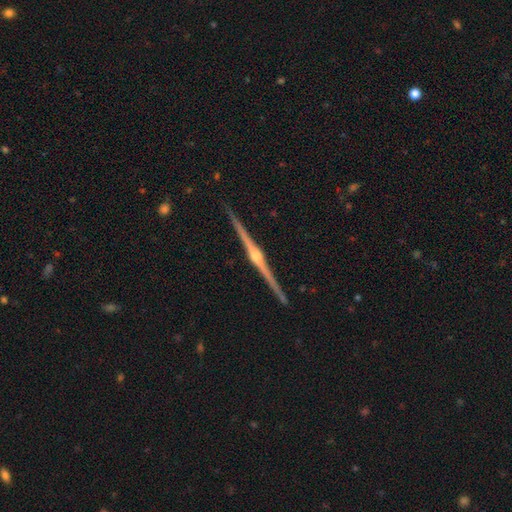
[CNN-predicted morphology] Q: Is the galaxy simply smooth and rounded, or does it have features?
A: featured or disk — 91%.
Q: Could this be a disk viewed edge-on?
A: yes — 99%.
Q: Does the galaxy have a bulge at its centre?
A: rounded — 93%.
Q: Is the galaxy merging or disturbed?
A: none — 93%.